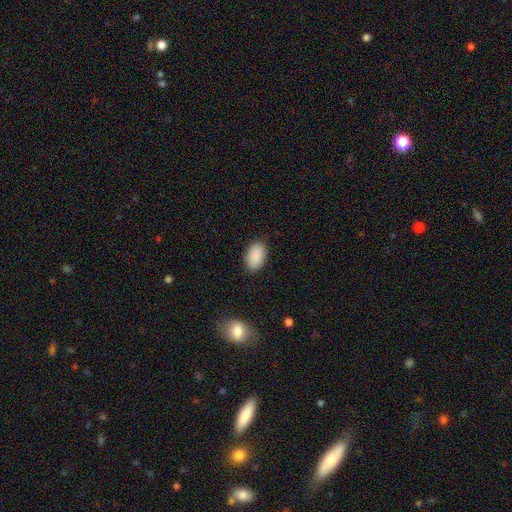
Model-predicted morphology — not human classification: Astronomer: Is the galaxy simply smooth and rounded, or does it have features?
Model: smooth — 90%.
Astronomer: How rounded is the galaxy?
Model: in between — 92%.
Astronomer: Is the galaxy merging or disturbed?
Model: none — 85%.